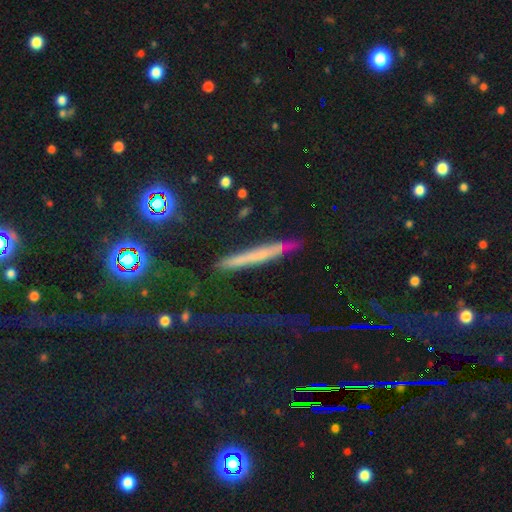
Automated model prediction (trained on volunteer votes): Smooth or featured? Predicted: smooth (p=0.40). Merging? Predicted: none (p=0.77).